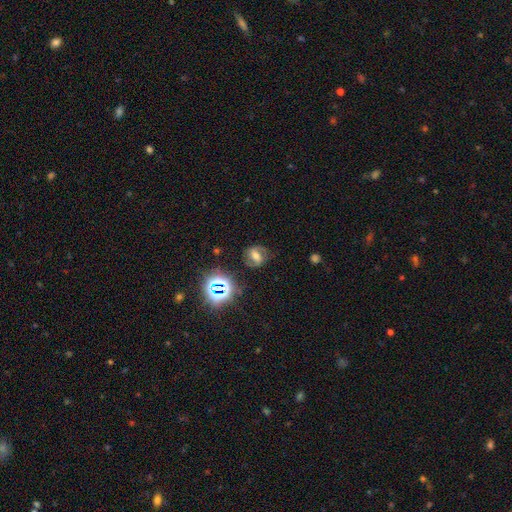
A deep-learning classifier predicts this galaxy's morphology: The model was most divided on "bar": strong: 49%, weak: 34%, no: 17%. More confident: edge-on disk — no (95%); spiral arms — yes (81%); merging — none (75%); smooth or featured — featured or disk (56%); bulge size — moderate (55%).